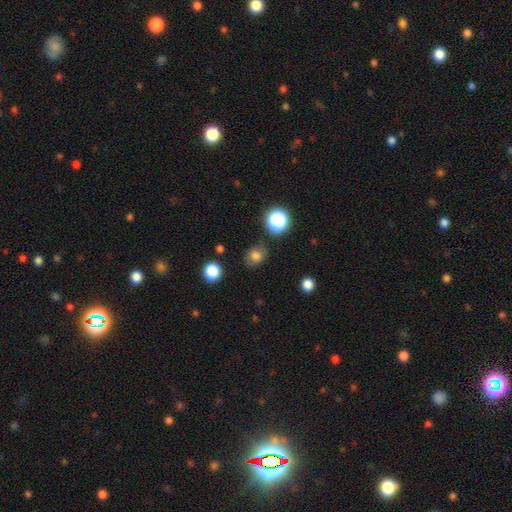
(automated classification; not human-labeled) This appears to be a smooth galaxy with no disk features (76%) that is round (63%). Merging: none (79%).